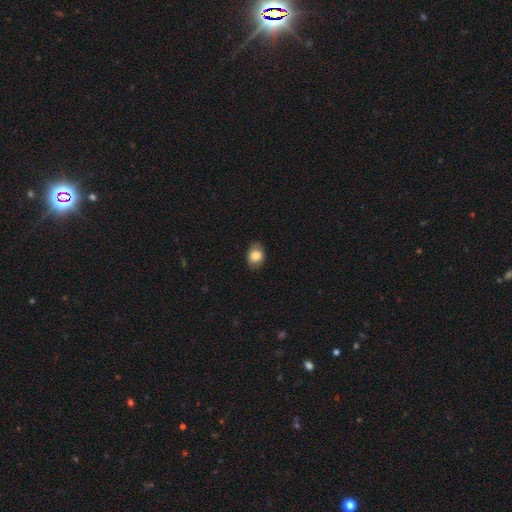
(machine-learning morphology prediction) Smooth or featured: smooth — 82% (featured or disk — 10%)
How rounded: in between — 64% (round — 35%)
Merging: none — 78% (minor disturbance — 18%)